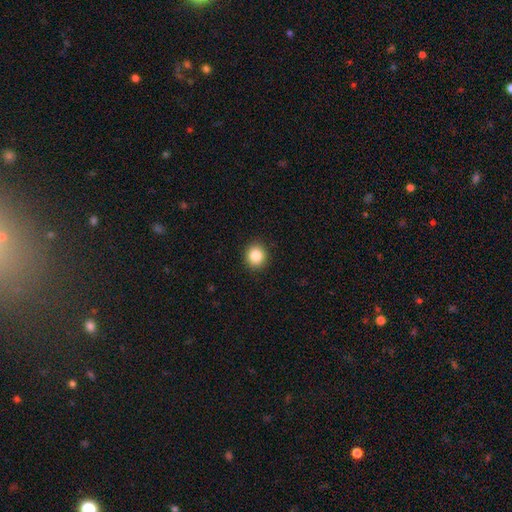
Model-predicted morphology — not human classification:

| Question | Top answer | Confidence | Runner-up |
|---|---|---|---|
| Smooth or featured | smooth | 85% | star or artifact (10%) |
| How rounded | round | 82% | in between (17%) |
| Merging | none | 91% | minor disturbance (6%) |